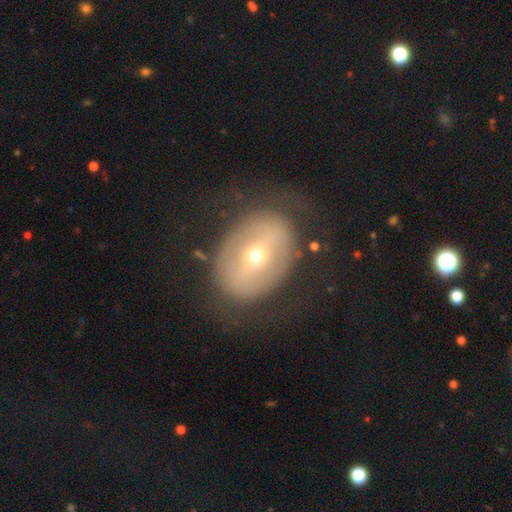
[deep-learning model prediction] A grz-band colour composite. It shows a featured or disk galaxy (57%) with no bar (41%), no spiral arms (71%) and a small central bulge (57%). Merging: none (72%).